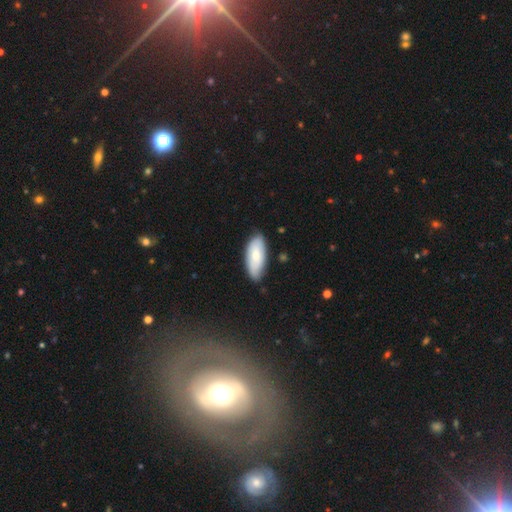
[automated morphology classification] Smooth or featured: smooth — 72% (featured or disk — 23%)
How rounded: in between — 86% (cigar-shaped — 12%)
Merging: none — 77% (minor disturbance — 19%)